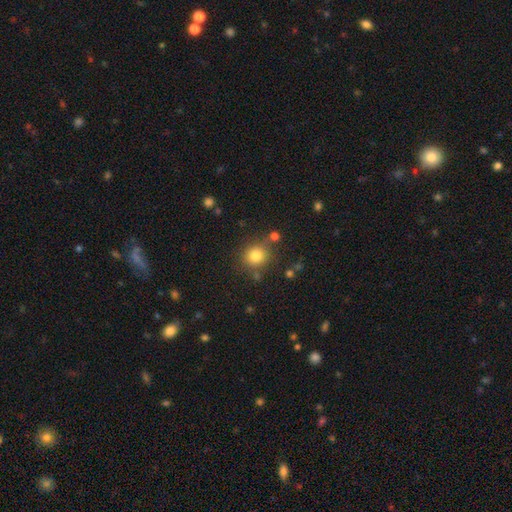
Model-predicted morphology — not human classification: This appears to be a smooth galaxy with no disk features (80%) that is round (87%). Merging: none (76%).